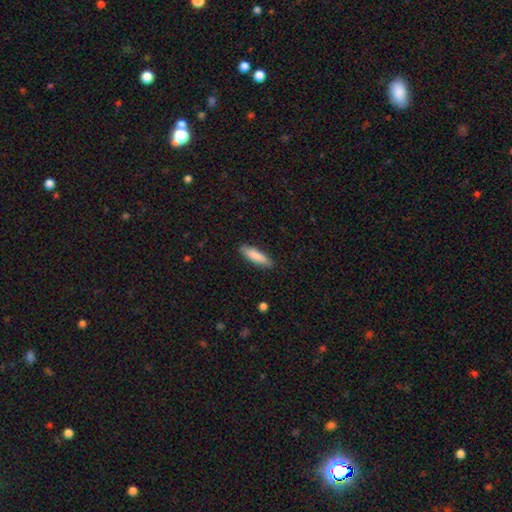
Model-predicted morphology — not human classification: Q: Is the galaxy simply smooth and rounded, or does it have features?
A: smooth — 85%.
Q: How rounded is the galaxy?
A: cigar-shaped — 61%.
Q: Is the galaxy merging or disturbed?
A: none — 86%.